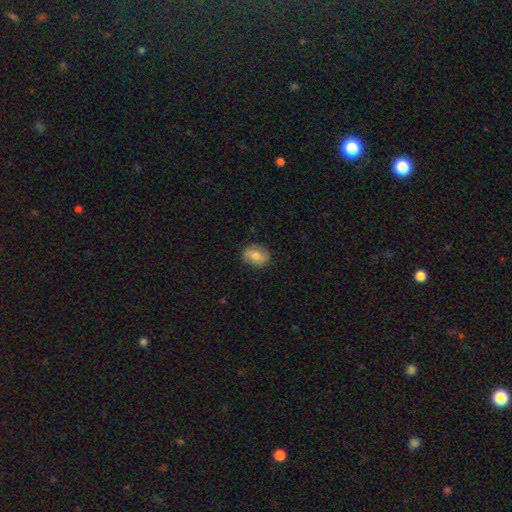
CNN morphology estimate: Smooth or featured?
  - smooth: 72% *
  - featured or disk: 20%
  - star or artifact: 8%
How rounded?
  - in between: 56% *
  - round: 42%
  - cigar-shaped: 2%
Merging?
  - none: 82% *
  - minor disturbance: 14%
  - major disturbance: 3%
  - merger: 1%